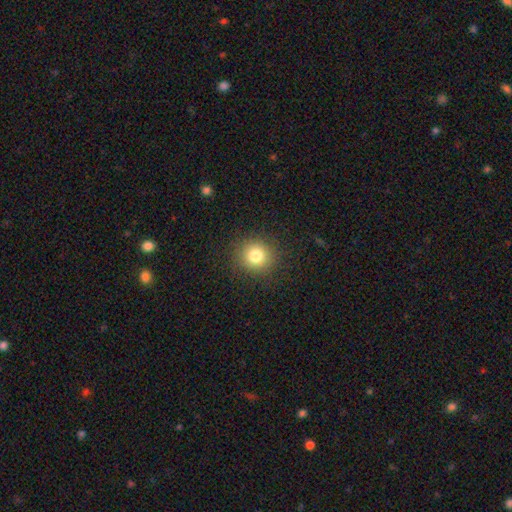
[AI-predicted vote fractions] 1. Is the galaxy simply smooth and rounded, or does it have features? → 80% smooth, 12% star or artifact, 7% featured or disk.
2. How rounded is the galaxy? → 89% round, 10% in between, 1% cigar-shaped.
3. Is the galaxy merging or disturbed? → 89% none, 7% minor disturbance, 3% major disturbance, 1% merger.